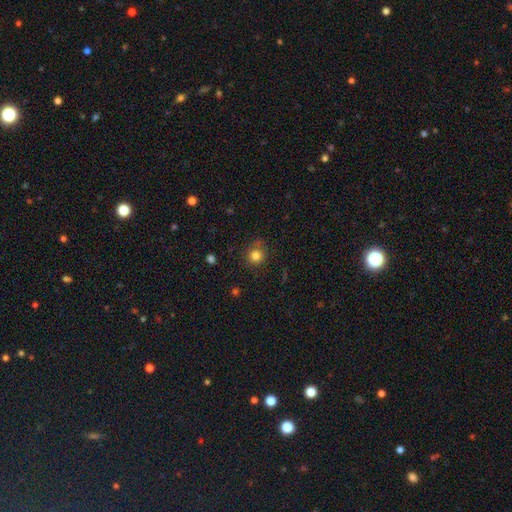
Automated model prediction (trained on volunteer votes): This appears to be a smooth galaxy with no disk features (81%) that is round (90%). Merging: none (80%).